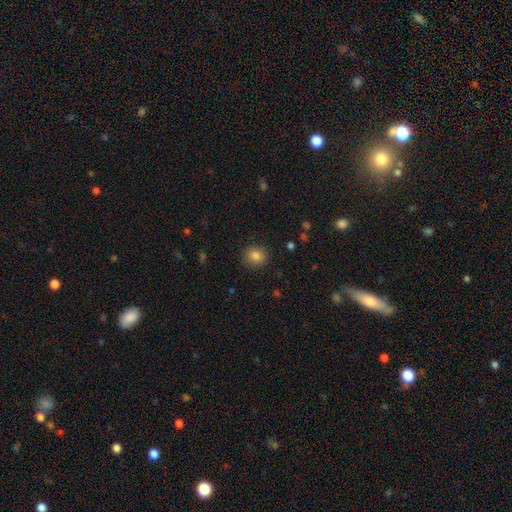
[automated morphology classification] This appears to be a smooth galaxy with no disk features (84%) that is round (73%). Merging: none (89%).